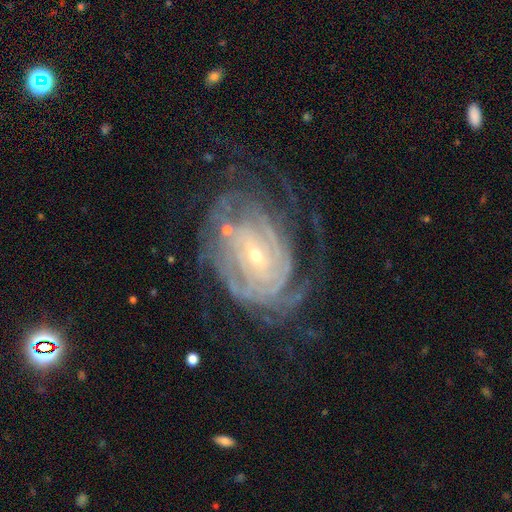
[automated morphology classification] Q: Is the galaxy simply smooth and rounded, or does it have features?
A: featured or disk — 88%.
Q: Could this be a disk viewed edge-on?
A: no — 96%.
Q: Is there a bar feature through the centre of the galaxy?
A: no — 47%.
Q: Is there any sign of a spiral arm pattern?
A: yes — 95%.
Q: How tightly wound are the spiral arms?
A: tight — 76%.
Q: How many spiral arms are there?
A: can't tell — 40%.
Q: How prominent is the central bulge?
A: small — 74%.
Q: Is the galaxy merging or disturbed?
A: none — 59%.